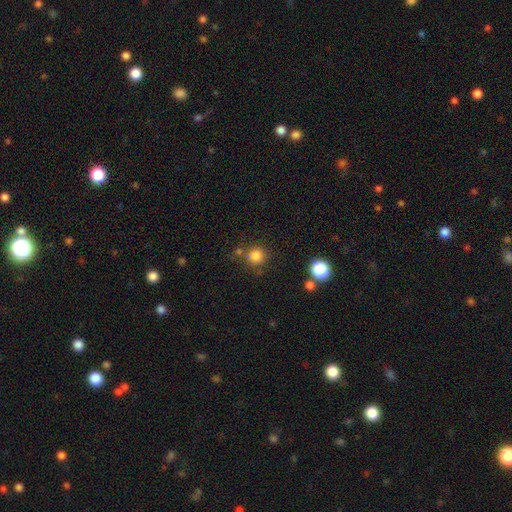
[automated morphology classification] Smooth or featured: smooth — 81% (star or artifact — 14%)
How rounded: round — 92% (in between — 7%)
Merging: none — 72% (merger — 13%)